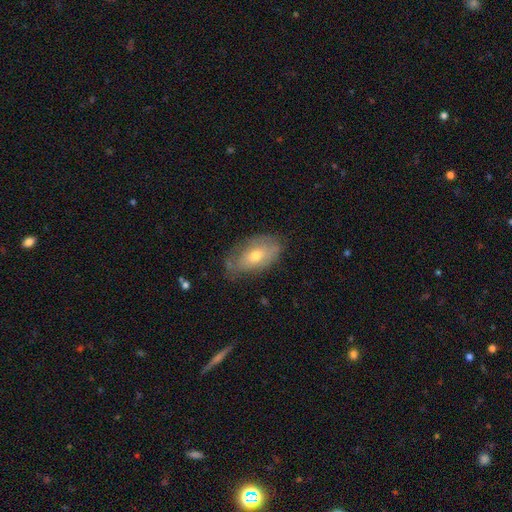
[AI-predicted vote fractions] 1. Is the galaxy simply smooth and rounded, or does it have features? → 50% smooth, 42% featured or disk, 9% star or artifact.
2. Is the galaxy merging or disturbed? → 65% none, 26% minor disturbance, 7% major disturbance, 2% merger.